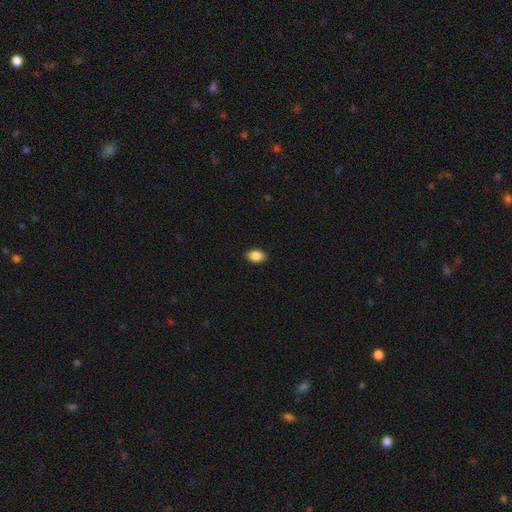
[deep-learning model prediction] Smooth or featured? Predicted: smooth (p=0.88). How rounded? Predicted: in between (p=0.84). Merging? Predicted: none (p=0.89).